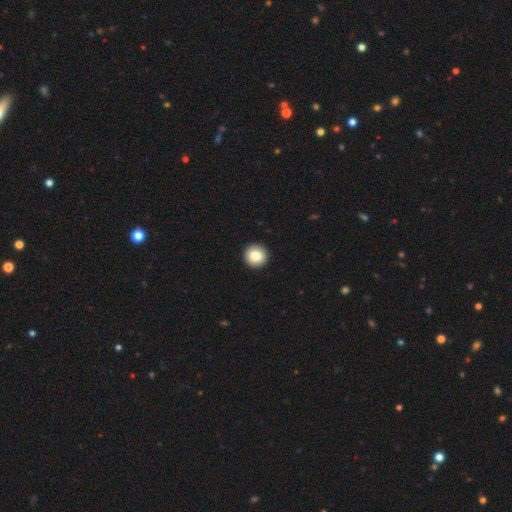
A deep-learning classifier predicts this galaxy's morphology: A smooth galaxy with no disk features (85%) that is round (96%).

Vote fractions:
- Smooth or featured? smooth: 85% / star or artifact: 8% / featured or disk: 7%
- How rounded? round: 96% / in between: 3% / cigar-shaped: 1%
- Merging? none: 94% / minor disturbance: 4% / major disturbance: 1% / merger: 1%